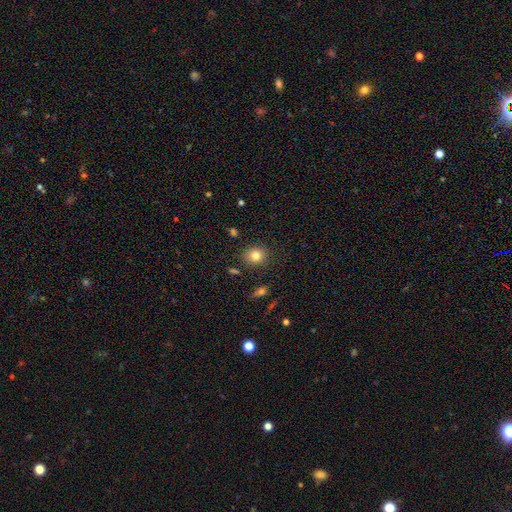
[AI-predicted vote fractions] Overall: smooth (80%). How rounded: round (78%). Merging: none (86%).